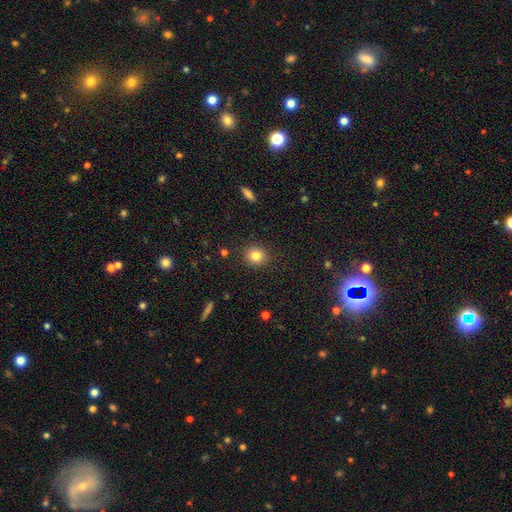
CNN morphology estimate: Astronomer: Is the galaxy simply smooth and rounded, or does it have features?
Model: smooth — 82%.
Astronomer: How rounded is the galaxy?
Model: round — 87%.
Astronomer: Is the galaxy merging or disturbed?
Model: none — 90%.